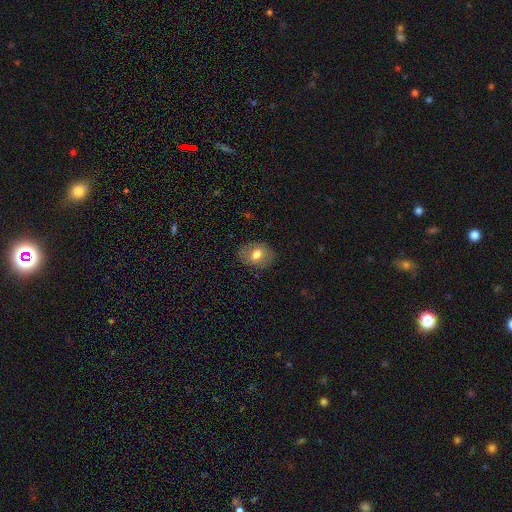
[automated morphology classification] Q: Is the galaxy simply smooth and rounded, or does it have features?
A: smooth — 68%.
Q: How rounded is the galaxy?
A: in between — 57%.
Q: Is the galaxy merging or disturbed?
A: none — 85%.